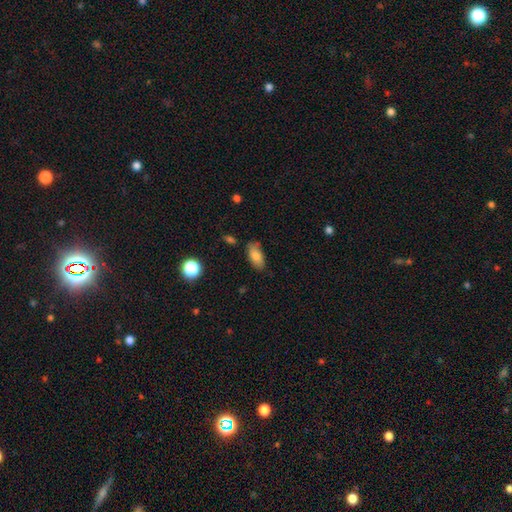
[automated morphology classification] Smooth or featured: smooth — 81% (featured or disk — 11%)
How rounded: in between — 88% (cigar-shaped — 8%)
Merging: none — 79% (minor disturbance — 15%)